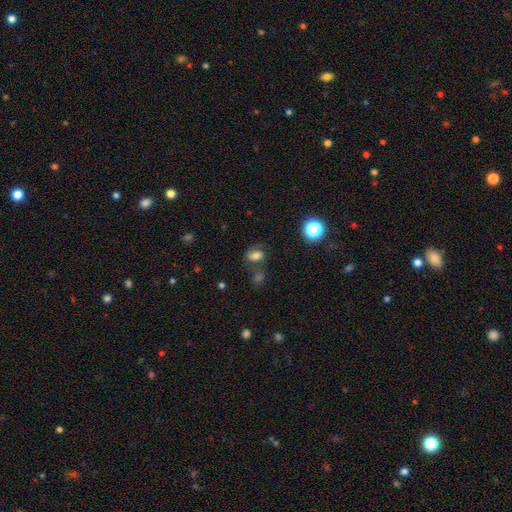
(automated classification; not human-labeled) This is possibly a smooth galaxy (55%). How rounded: likely in between (69%). Merging: possibly none (52%).